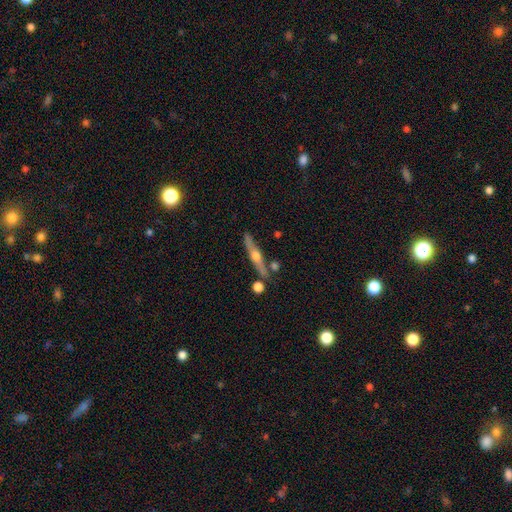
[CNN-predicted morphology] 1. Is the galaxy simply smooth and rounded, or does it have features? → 74% featured or disk, 20% smooth, 7% star or artifact.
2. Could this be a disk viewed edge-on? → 95% yes, 5% no.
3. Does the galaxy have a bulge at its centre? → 93% rounded, 4% none, 3% boxy.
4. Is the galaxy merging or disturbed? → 82% none, 10% minor disturbance, 6% merger, 2% major disturbance.